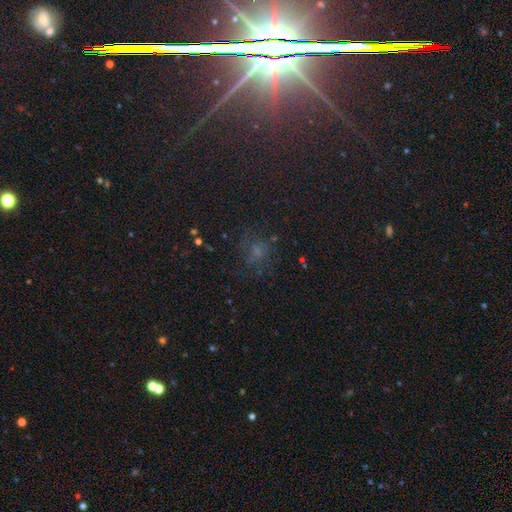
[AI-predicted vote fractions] A star or artifact, not a galaxy (46%).

Vote fractions:
- Smooth or featured? star or artifact: 46% / smooth: 34% / featured or disk: 20%